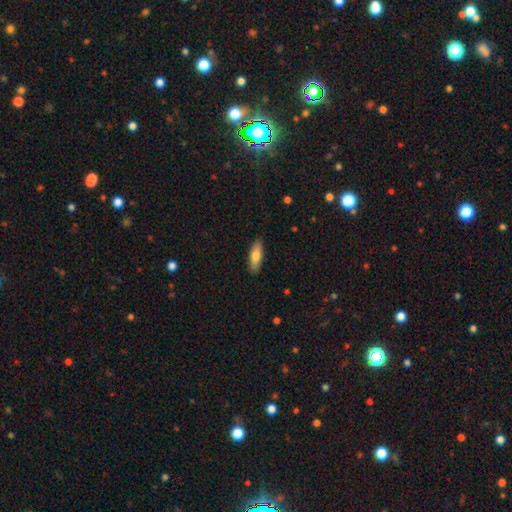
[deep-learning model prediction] Q: Smooth or featured?
A: smooth (75%); runner-up: featured or disk (19%)
Q: How rounded?
A: in between (57%); runner-up: cigar-shaped (41%)
Q: Merging?
A: none (89%); runner-up: minor disturbance (8%)